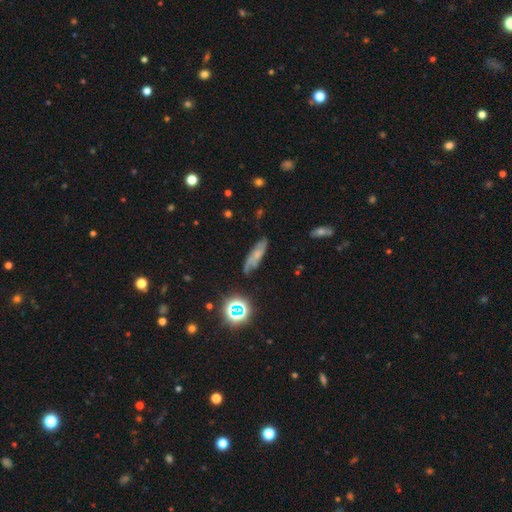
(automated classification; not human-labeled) Smooth or featured?
  - smooth: 43% *
  - featured or disk: 40%
  - star or artifact: 17%
Merging?
  - none: 67% *
  - minor disturbance: 22%
  - major disturbance: 7%
  - merger: 3%